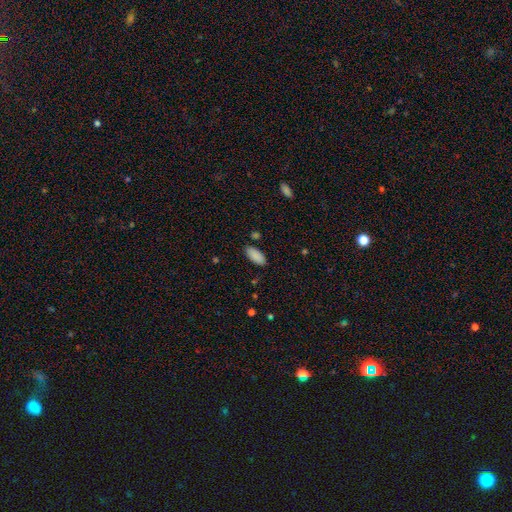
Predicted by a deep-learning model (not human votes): This is clearly a smooth galaxy (89%). How rounded: clearly in between (88%). Merging: clearly none (85%).